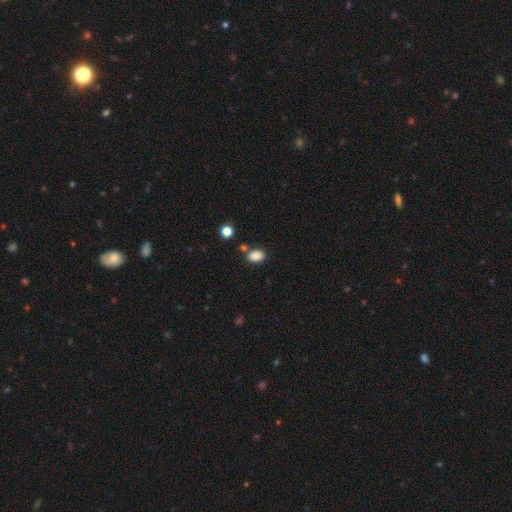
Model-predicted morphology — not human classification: Smooth or featured? smooth (86%)
How rounded? in between (78%)
Merging? none (73%)